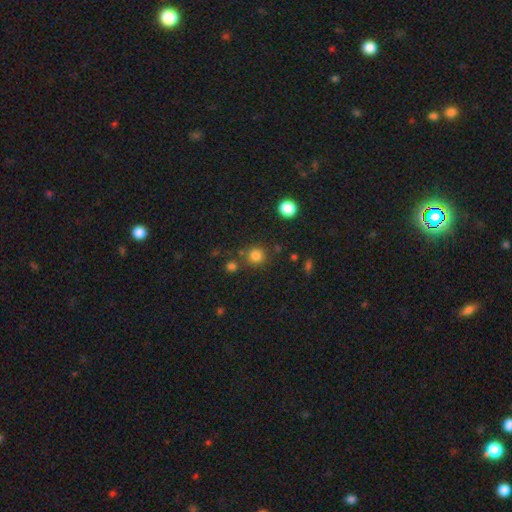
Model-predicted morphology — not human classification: Smooth or featured: smooth — 80% (star or artifact — 14%)
How rounded: round — 92% (in between — 8%)
Merging: none — 78% (merger — 9%)